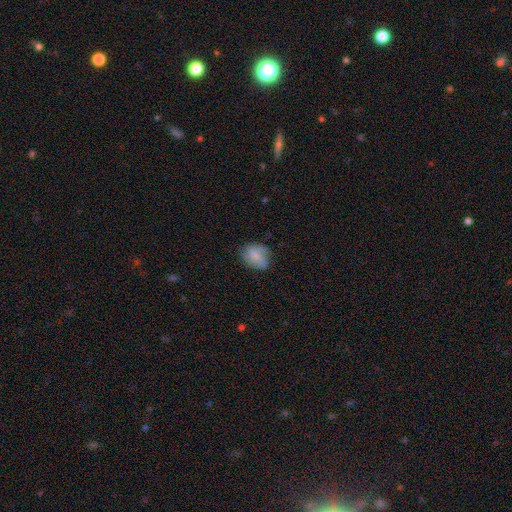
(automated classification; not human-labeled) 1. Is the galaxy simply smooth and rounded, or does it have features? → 64% smooth, 27% featured or disk, 9% star or artifact.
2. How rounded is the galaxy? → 50% in between, 49% round, 1% cigar-shaped.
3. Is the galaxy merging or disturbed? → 62% none, 27% minor disturbance, 10% major disturbance, 2% merger.